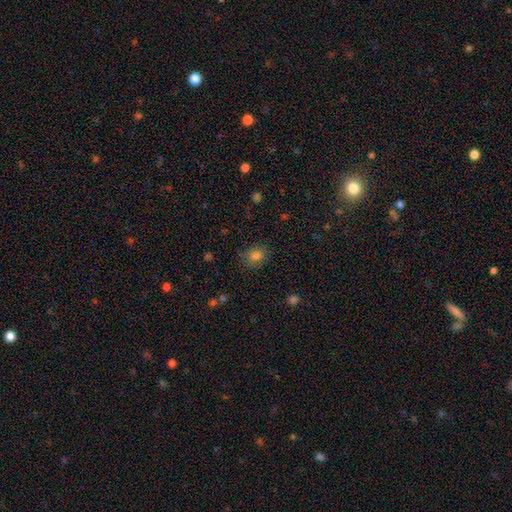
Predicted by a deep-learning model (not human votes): Morphology: type=smooth (81%); roundness=round (52%); merging=none (80%).